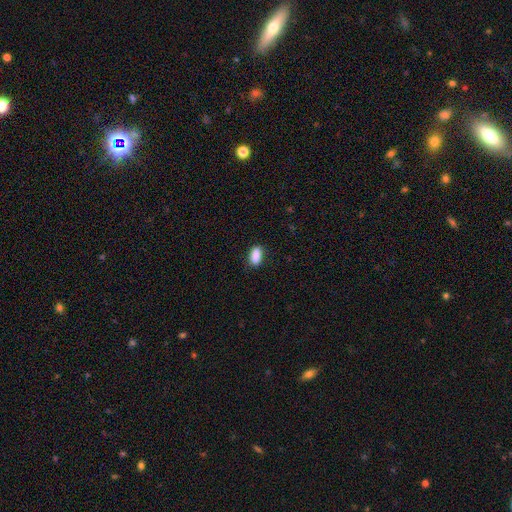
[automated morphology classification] Smooth or featured: smooth — 89% (star or artifact — 8%)
How rounded: in between — 85% (cigar-shaped — 10%)
Merging: none — 83% (minor disturbance — 13%)